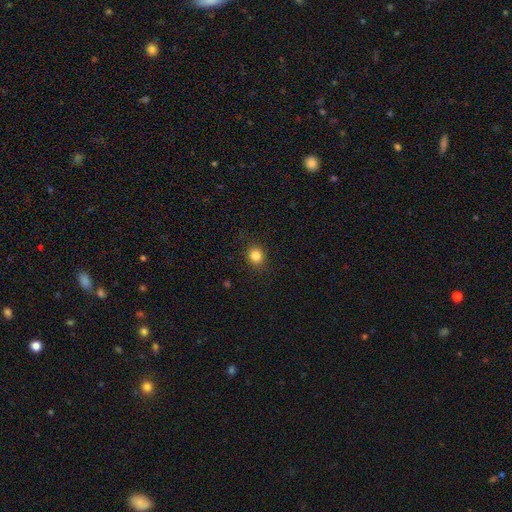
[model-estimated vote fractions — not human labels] Overall: smooth (84%). How rounded: round (77%). Merging: none (89%).